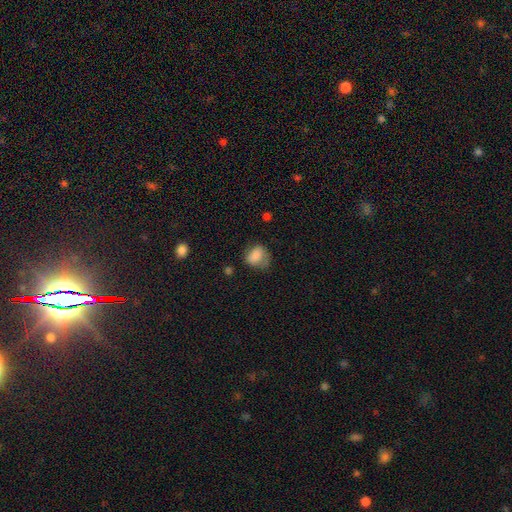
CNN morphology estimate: Q: Smooth or featured?
A: smooth (77%); runner-up: featured or disk (14%)
Q: How rounded?
A: in between (53%); runner-up: round (46%)
Q: Merging?
A: none (46%); runner-up: minor disturbance (34%)